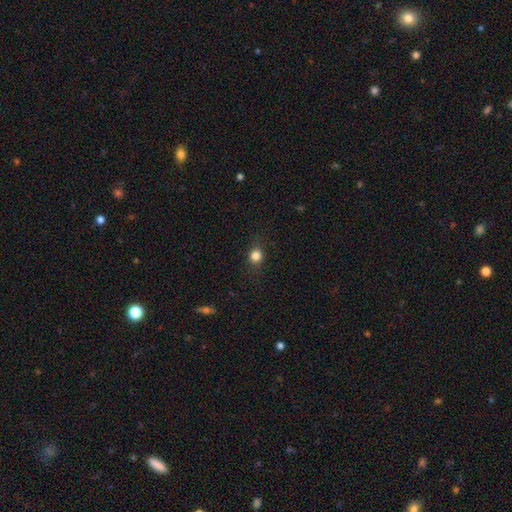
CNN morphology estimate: Smooth or featured? smooth (82%)
How rounded? round (79%)
Merging? none (84%)